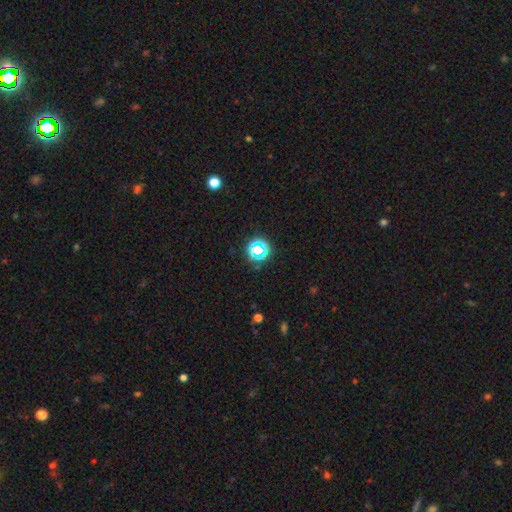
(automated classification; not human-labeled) This appears to be a star or artifact, not a galaxy (66%).